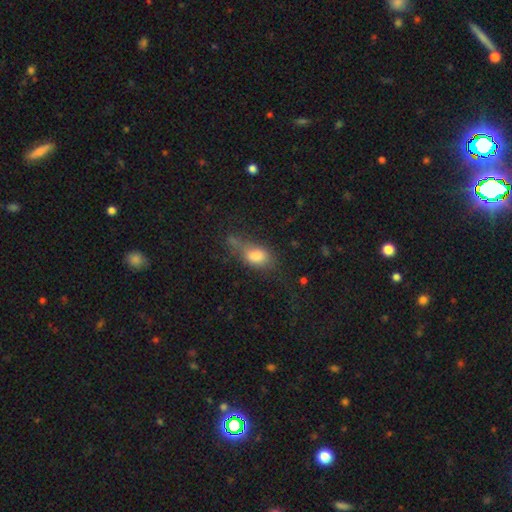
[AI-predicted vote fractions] Smooth or featured? Predicted: smooth (p=0.76). How rounded? Predicted: in between (p=0.80). Merging? Predicted: none (p=0.35).